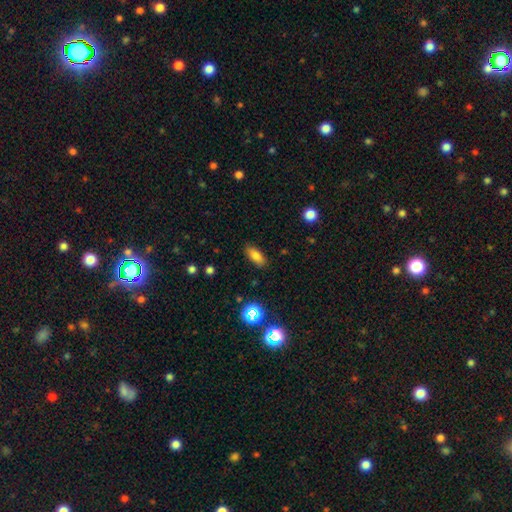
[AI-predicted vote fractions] Overall: smooth (80%). How rounded: in between (81%). Merging: none (87%).